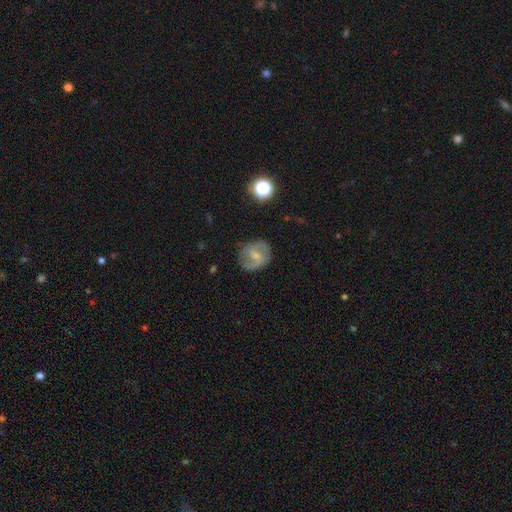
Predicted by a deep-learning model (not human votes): Overall: featured or disk (60%; smooth 31%). Edge-on disk: no (97%). Bar: weak (52%; no 34%). Spiral arms: yes (87%). Spiral arm count: 2 (81%). Spiral winding: medium (49%; loose 29%). Bulge size: small (51%; moderate 36%). Merging: none (75%).